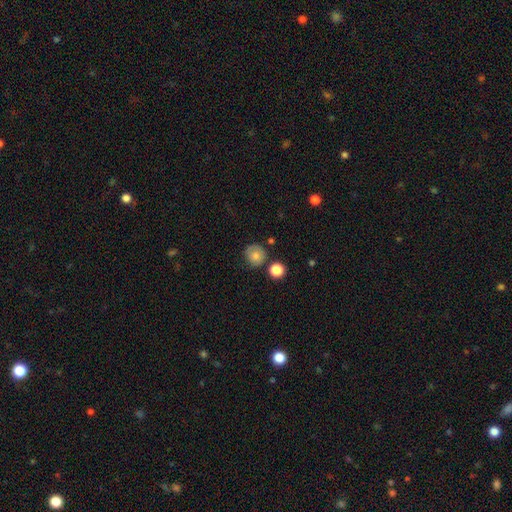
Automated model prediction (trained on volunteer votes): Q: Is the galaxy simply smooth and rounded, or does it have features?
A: smooth — 76%.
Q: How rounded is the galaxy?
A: round — 90%.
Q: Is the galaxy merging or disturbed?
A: none — 73%.